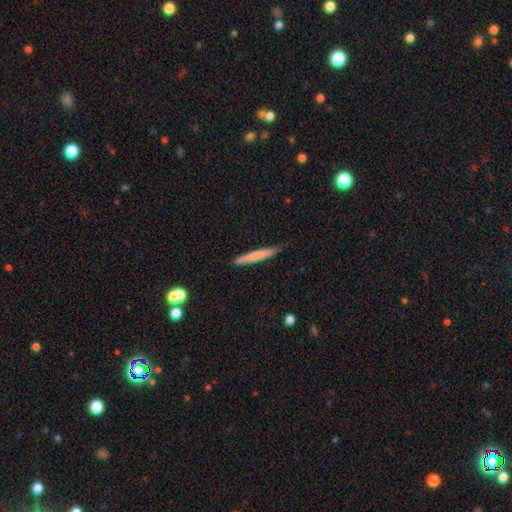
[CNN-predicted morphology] A smooth galaxy with no disk features (69%) that is cigar-shaped (96%).

Vote fractions:
- Smooth or featured? smooth: 69% / featured or disk: 25% / star or artifact: 6%
- How rounded? cigar-shaped: 96% / in between: 3% / round: 1%
- Merging? none: 86% / minor disturbance: 11% / major disturbance: 2% / merger: 1%